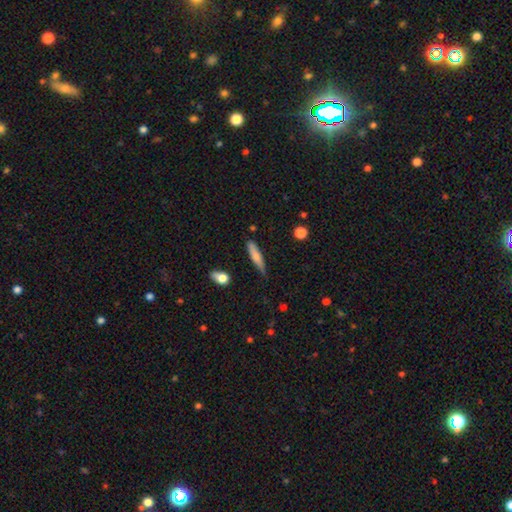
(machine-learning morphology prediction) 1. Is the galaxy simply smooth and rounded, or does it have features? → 68% smooth, 26% featured or disk, 6% star or artifact.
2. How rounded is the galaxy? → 84% cigar-shaped, 14% in between, 2% round.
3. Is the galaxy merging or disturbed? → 75% none, 18% minor disturbance, 3% major disturbance, 3% merger.